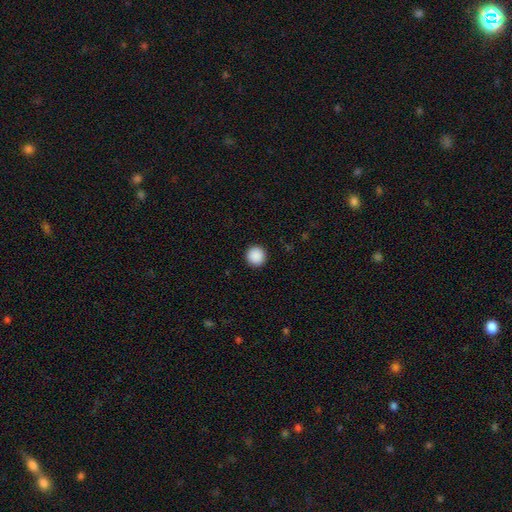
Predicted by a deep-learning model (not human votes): Morphology: type=smooth (90%); roundness=round (95%); merging=none (93%).